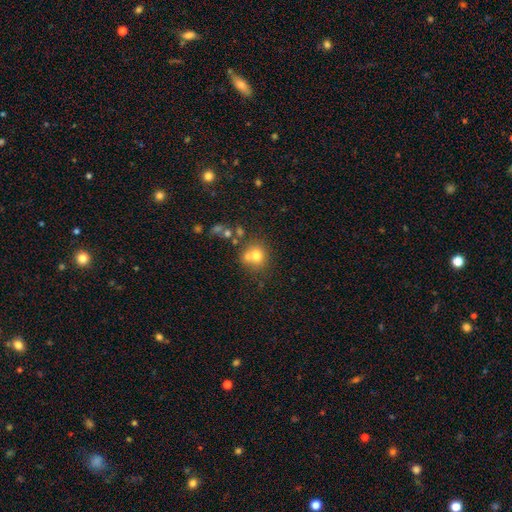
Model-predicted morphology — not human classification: Overall: smooth (71%). How rounded: round (81%). Merging: none (48%; merger 37%).